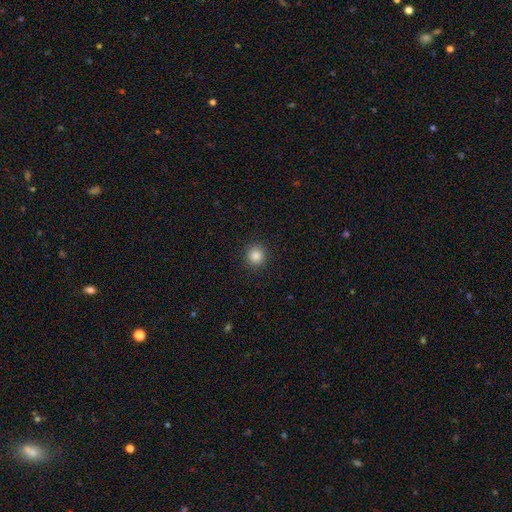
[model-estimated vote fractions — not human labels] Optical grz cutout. It shows a smooth galaxy with no disk features (85%) that is round (94%). Merging: none (92%).